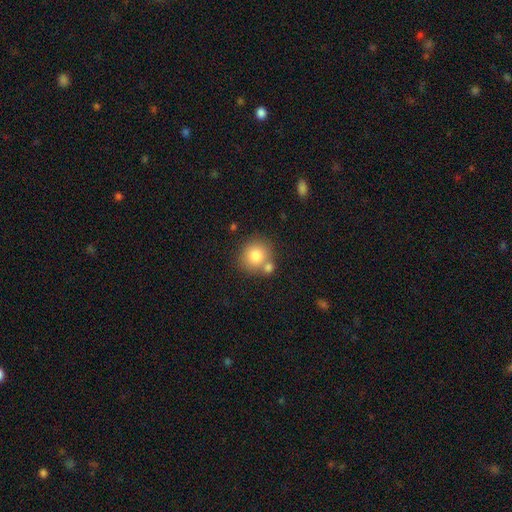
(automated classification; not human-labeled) This appears to be a smooth galaxy with no disk features (80%) that is round (86%). Merging: none (61%).